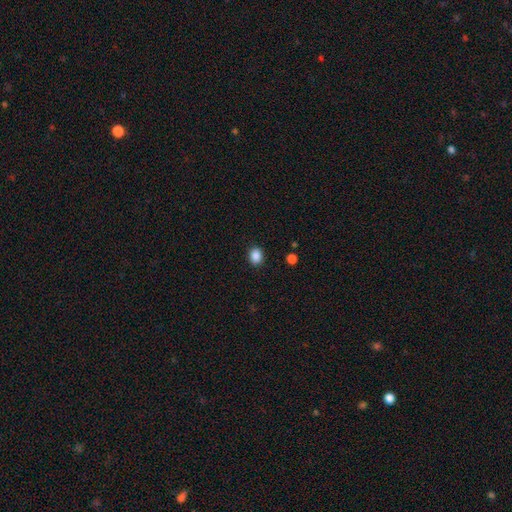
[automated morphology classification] A smooth galaxy with no disk features (87%) that is round (50%).

Vote fractions:
- Smooth or featured? smooth: 87% / star or artifact: 10% / featured or disk: 3%
- How rounded? round: 50% / in between: 49% / cigar-shaped: 1%
- Merging? none: 89% / minor disturbance: 8% / major disturbance: 2% / merger: 1%